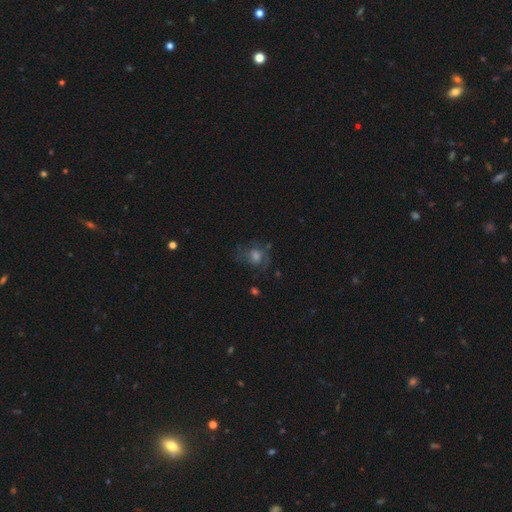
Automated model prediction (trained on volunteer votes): smooth_or_featured: featured or disk (p=0.44) [alt: smooth p=0.35]
merging: none (p=0.64) [alt: minor disturbance p=0.18]